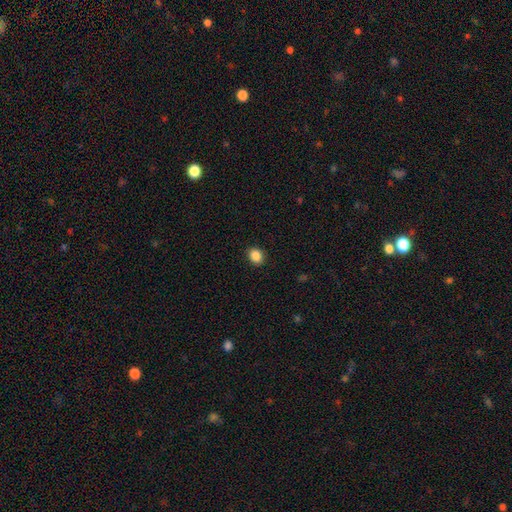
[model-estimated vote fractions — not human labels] Morphology: type=smooth (88%); roundness=round (55%); merging=none (90%).